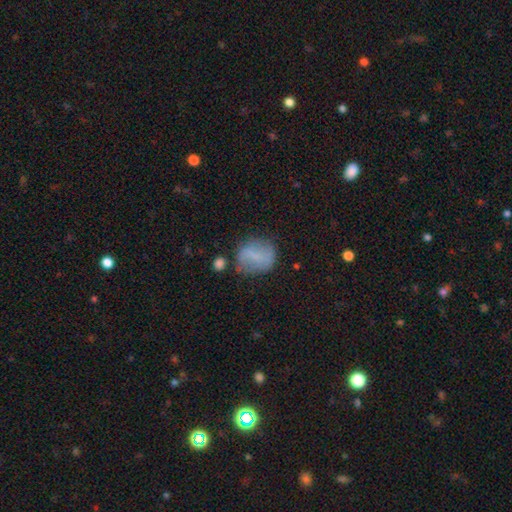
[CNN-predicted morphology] Q: Smooth or featured?
A: smooth (62%); runner-up: featured or disk (29%)
Q: How rounded?
A: round (54%); runner-up: in between (44%)
Q: Merging?
A: none (63%); runner-up: minor disturbance (23%)